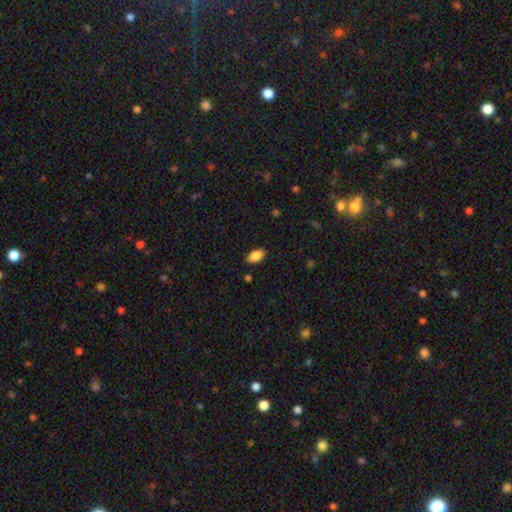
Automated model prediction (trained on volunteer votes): smooth 86%, star or artifact 7%, featured or disk 7%. Down the decision tree: how rounded — in between (92%); merging — none (87%).